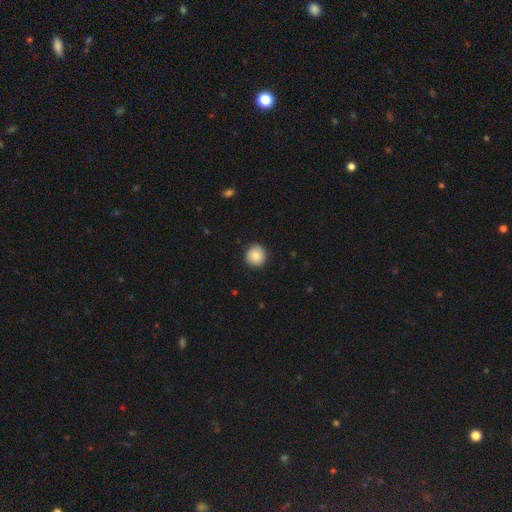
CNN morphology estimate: smooth-or-featured: smooth: 80% | featured or disk: 12% | star or artifact: 8%
  how-rounded: round: 93% | in between: 6% | cigar-shaped: 1%
  merging: none: 88% | minor disturbance: 9% | major disturbance: 2% | merger: 1%